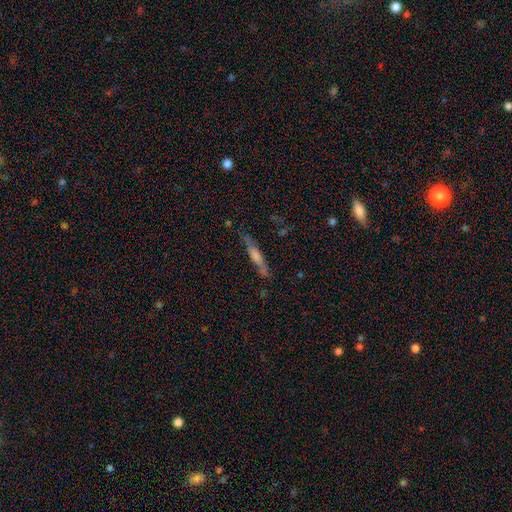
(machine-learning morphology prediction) The model was most divided on "smooth or featured": featured or disk: 58%, smooth: 27%, star or artifact: 15%. More confident: edge-on disk — yes (90%); merging — none (81%); edge-on bulge — rounded (71%).